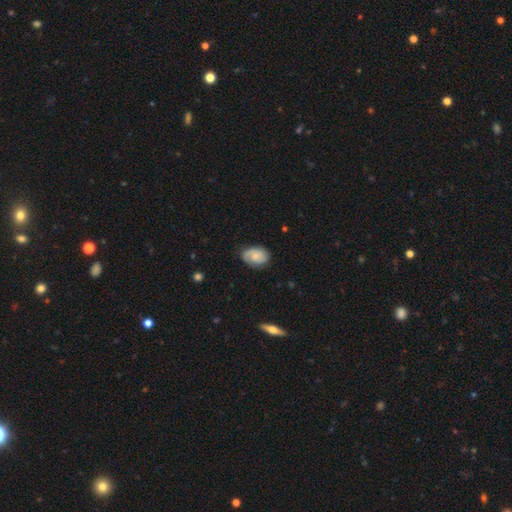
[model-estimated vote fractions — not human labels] Smooth or featured? Predicted: featured or disk (p=0.55). Edge-on disk? Predicted: no (p=0.96). Bar? Predicted: no (p=0.71). Spiral arms? Predicted: yes (p=0.89). Bulge size? Predicted: small (p=0.56). Merging? Predicted: none (p=0.75).